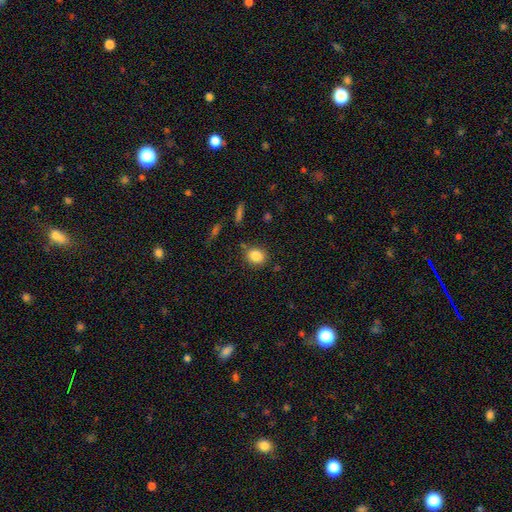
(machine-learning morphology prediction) Smooth or featured?
  - smooth: 86% *
  - star or artifact: 9%
  - featured or disk: 5%
How rounded?
  - round: 64% *
  - in between: 34%
  - cigar-shaped: 1%
Merging?
  - none: 81% *
  - minor disturbance: 12%
  - merger: 4%
  - major disturbance: 4%